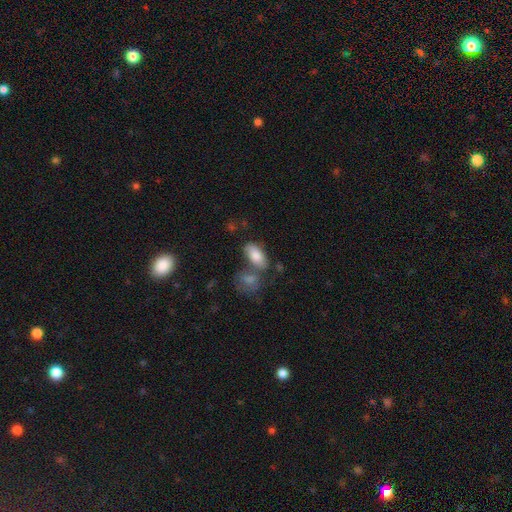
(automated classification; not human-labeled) smooth-or-featured: smooth: 81% | featured or disk: 12% | star or artifact: 7%
  how-rounded: in between: 90% | cigar-shaped: 6% | round: 4%
  merging: none: 49% | merger: 31% | minor disturbance: 15% | major disturbance: 6%